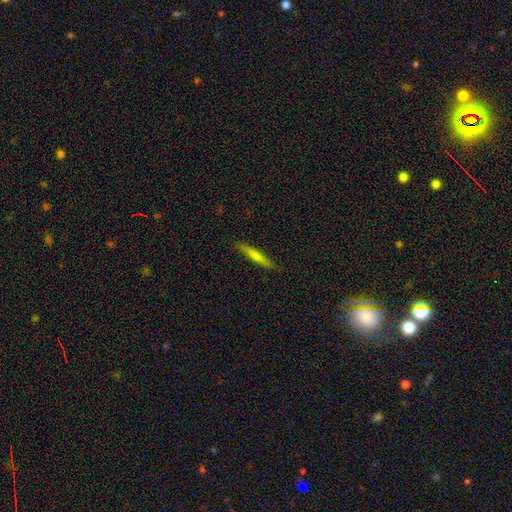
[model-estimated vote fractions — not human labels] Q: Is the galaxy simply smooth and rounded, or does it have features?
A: smooth — 59%.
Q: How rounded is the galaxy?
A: cigar-shaped — 95%.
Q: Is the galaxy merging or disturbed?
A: none — 89%.